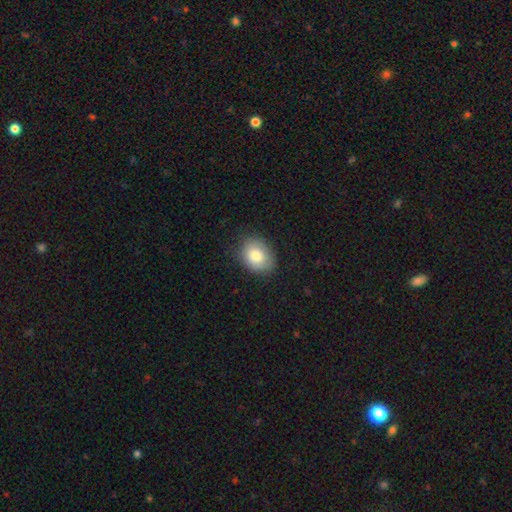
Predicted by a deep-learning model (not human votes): smooth-or-featured: smooth: 80% | featured or disk: 12% | star or artifact: 8%
  how-rounded: in between: 62% | round: 38% | cigar-shaped: 1%
  merging: none: 79% | minor disturbance: 16% | major disturbance: 4% | merger: 1%